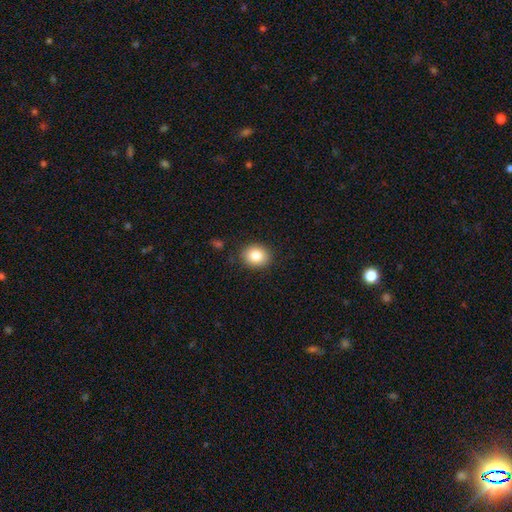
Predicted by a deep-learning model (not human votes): smooth_or_featured: smooth (p=0.83) [alt: star or artifact p=0.09]
how_rounded: round (p=0.68) [alt: in between p=0.31]
merging: none (p=0.88) [alt: minor disturbance p=0.09]